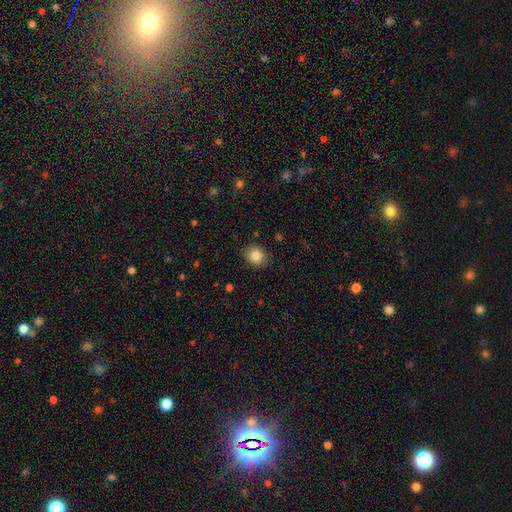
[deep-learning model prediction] smooth 84%, star or artifact 9%, featured or disk 7%. Down the decision tree: how rounded — round (76%); merging — none (89%).